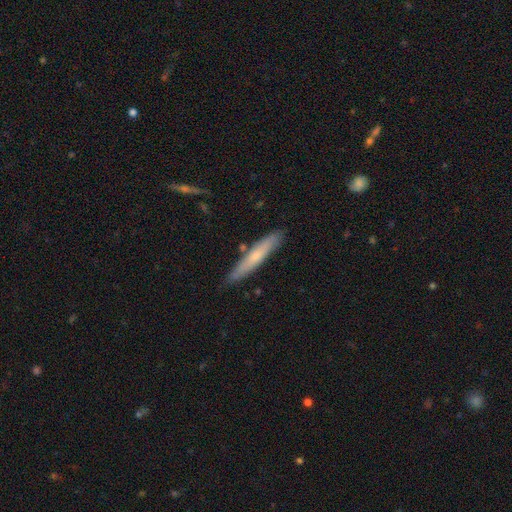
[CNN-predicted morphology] type=smooth (57%); roundness=cigar-shaped (92%); merging=none (84%).